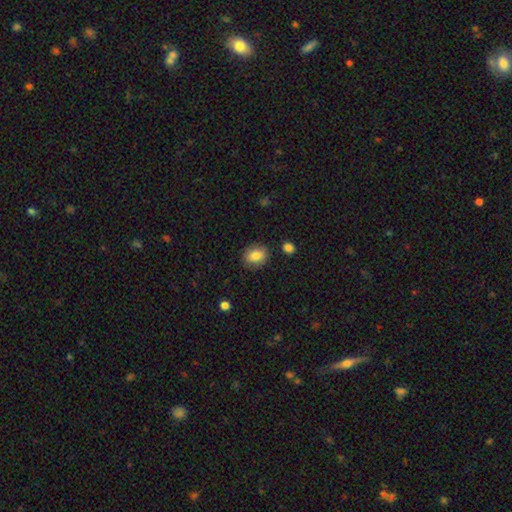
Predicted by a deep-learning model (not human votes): A smooth galaxy with no disk features (83%) that is in between round and cigar-shaped (62%).

Vote fractions:
- Smooth or featured? smooth: 83% / featured or disk: 9% / star or artifact: 8%
- How rounded? in between: 62% / round: 37% / cigar-shaped: 1%
- Merging? none: 83% / minor disturbance: 11% / major disturbance: 3% / merger: 2%